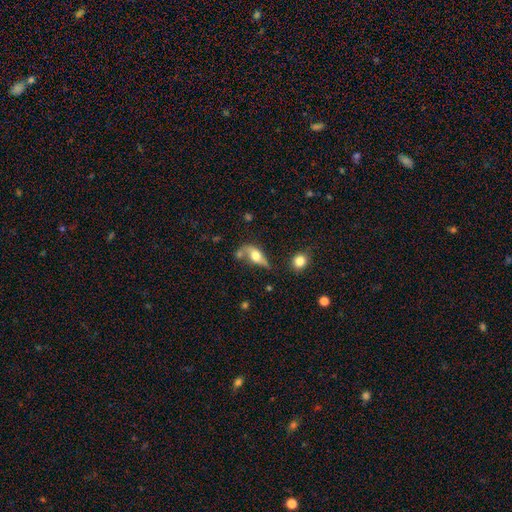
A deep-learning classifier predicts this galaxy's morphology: This appears to be a smooth galaxy with no disk features (48%). Merging: none (37%).